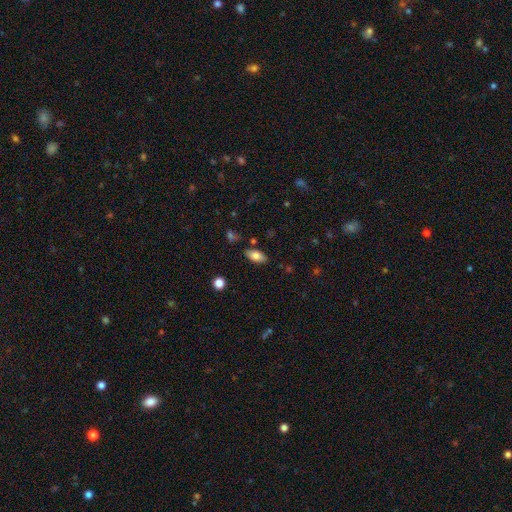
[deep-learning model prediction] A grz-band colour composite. It shows a smooth galaxy with no disk features (78%) that is in between round and cigar-shaped (91%). Merging: none (82%).